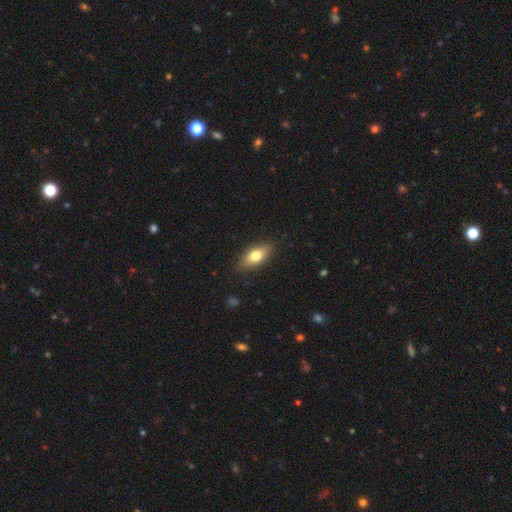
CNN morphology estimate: Q: Smooth or featured?
A: smooth (70%); runner-up: featured or disk (23%)
Q: How rounded?
A: in between (80%); runner-up: cigar-shaped (15%)
Q: Merging?
A: none (85%); runner-up: minor disturbance (12%)